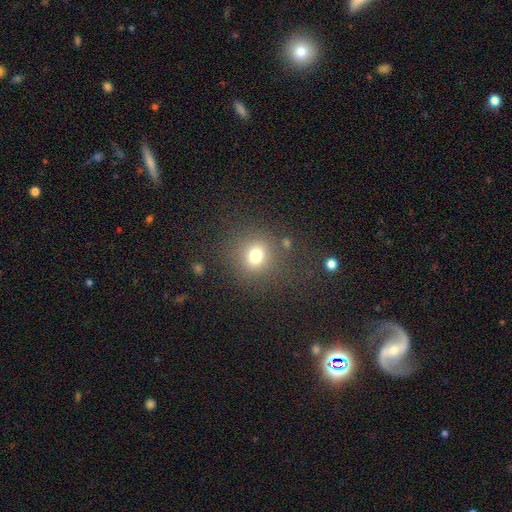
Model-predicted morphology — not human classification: This appears to be a smooth galaxy with no disk features (76%) that is round (81%). Merging: none (80%).